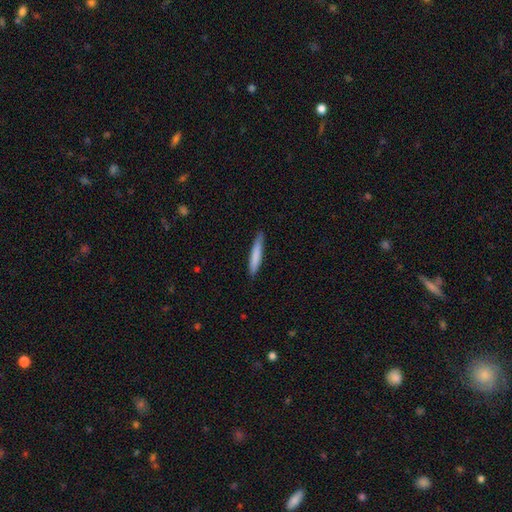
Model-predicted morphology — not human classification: The model was most divided on "smooth or featured": smooth: 80%, featured or disk: 14%, star or artifact: 6%. More confident: how rounded — cigar-shaped (93%); merging — none (86%).